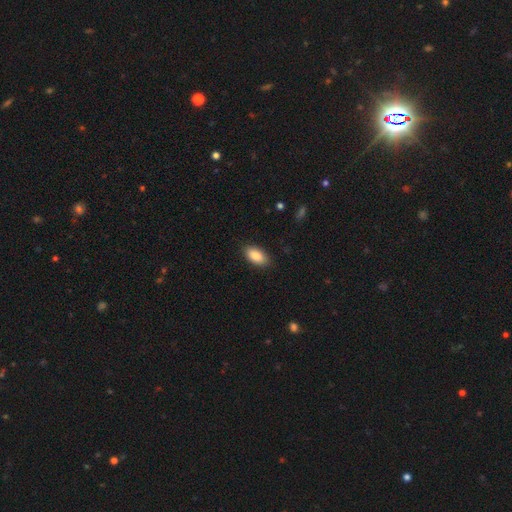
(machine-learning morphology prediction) type=smooth (88%); roundness=in between (93%); merging=none (87%).